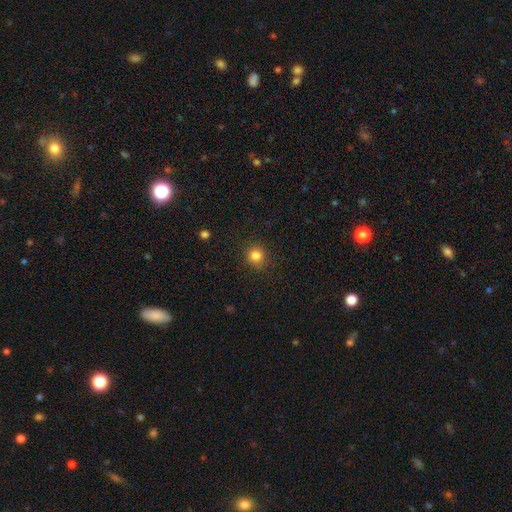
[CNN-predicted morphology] This is clearly a smooth galaxy (83%). How rounded: clearly round (90%). Merging: clearly none (89%).